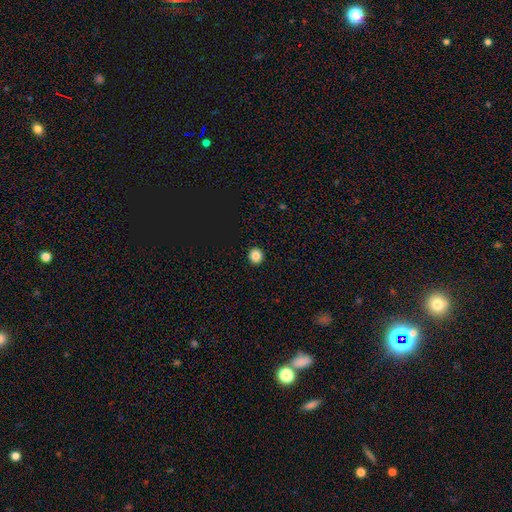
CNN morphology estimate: smooth-or-featured: smooth: 85% | star or artifact: 11% | featured or disk: 4%
  how-rounded: round: 89% | in between: 10% | cigar-shaped: 1%
  merging: none: 93% | minor disturbance: 5% | major disturbance: 2% | merger: 1%